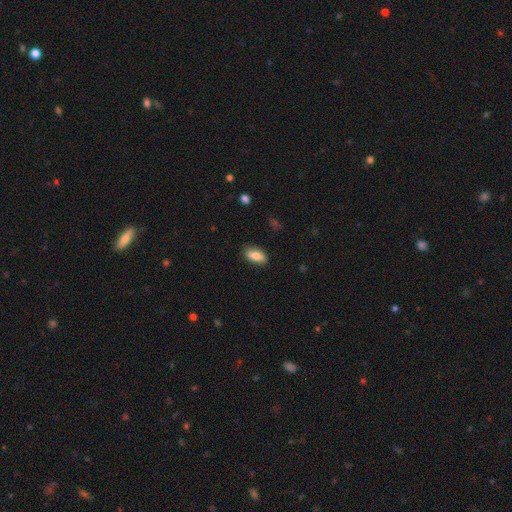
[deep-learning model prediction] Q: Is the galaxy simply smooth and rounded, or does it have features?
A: smooth — 83%.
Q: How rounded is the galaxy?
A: in between — 88%.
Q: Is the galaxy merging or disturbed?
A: none — 82%.